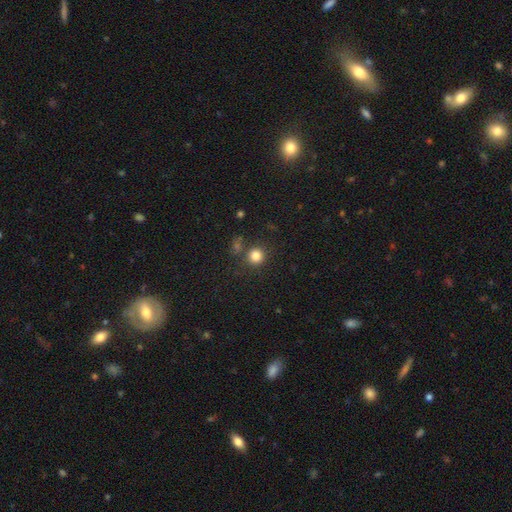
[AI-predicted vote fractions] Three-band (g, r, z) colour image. It shows a smooth galaxy with no disk features (82%) that is round (90%). Merging: none (79%).